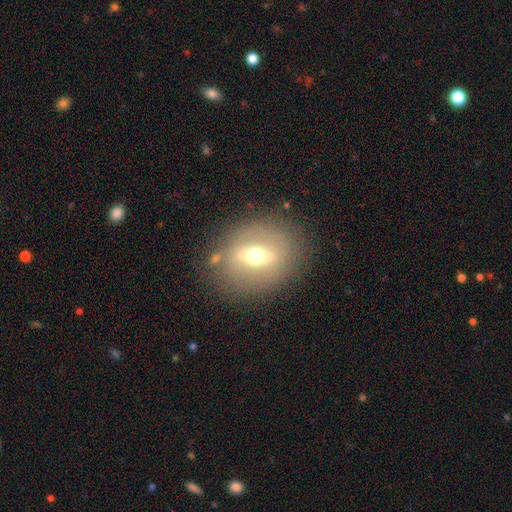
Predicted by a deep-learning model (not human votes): Morphology: type=featured or disk (54%); edge-on=no (73%); merging=none (81%).